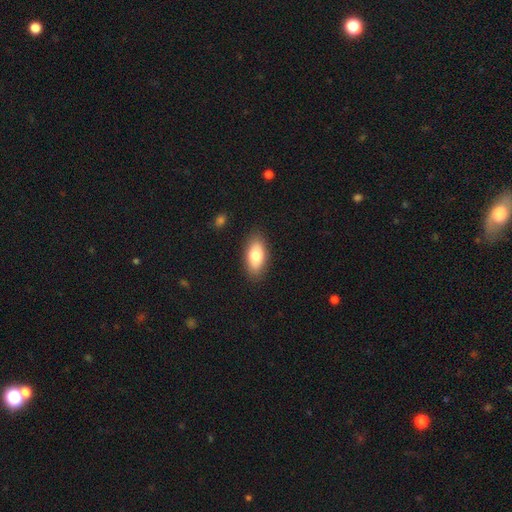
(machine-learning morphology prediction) This appears to be a smooth galaxy with no disk features (77%) that is in between round and cigar-shaped (88%). Merging: none (86%).